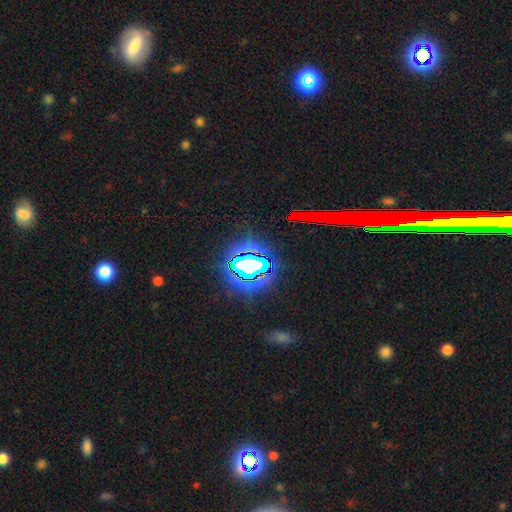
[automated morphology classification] Smooth or featured: star or artifact — 71% (smooth — 15%)